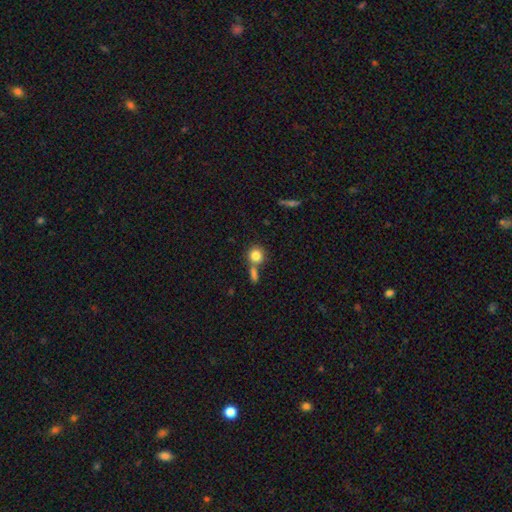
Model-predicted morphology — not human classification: Smooth or featured? smooth (83%)
How rounded? round (86%)
Merging? none (56%)